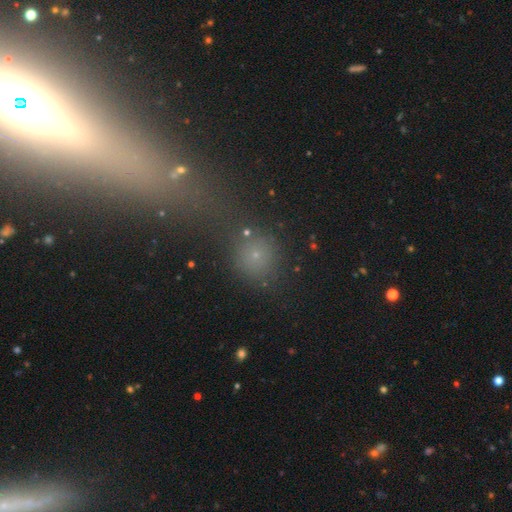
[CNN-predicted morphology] Overall: smooth (65%; star or artifact 25%). How rounded: round (86%). Merging: none (67%).